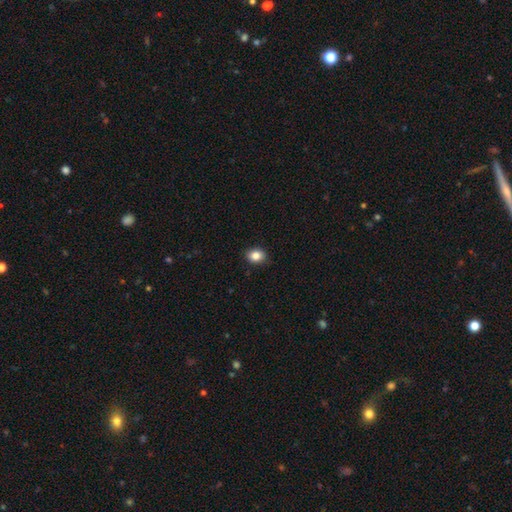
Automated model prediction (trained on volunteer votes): A smooth galaxy with no disk features (84%) that is in between round and cigar-shaped (55%). Merging: none (89%).